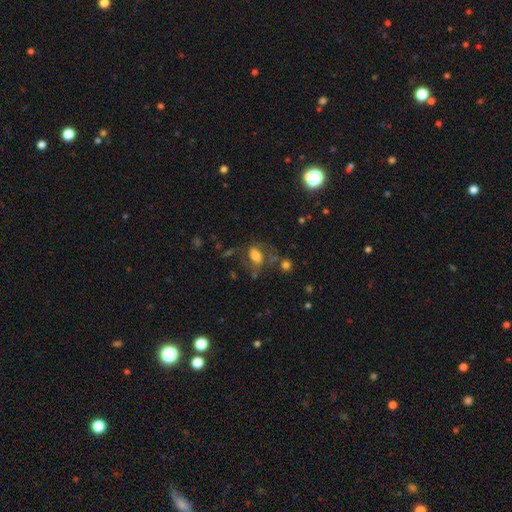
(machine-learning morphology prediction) Smooth or featured? smooth (57%)
How rounded? in between (80%)
Merging? none (50%)